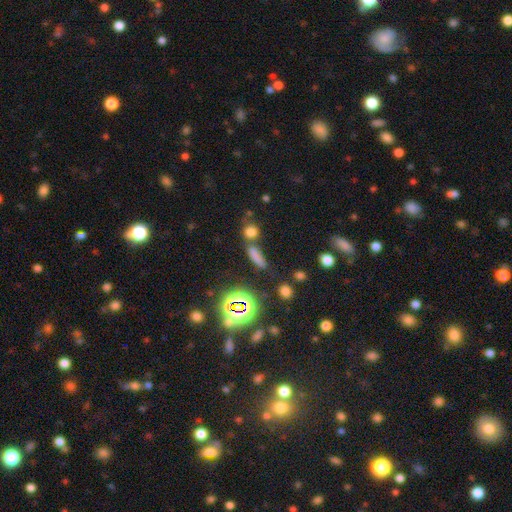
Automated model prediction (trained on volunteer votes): smooth 66%, star or artifact 25%, featured or disk 9%. Down the decision tree: how rounded — cigar-shaped (52%); merging — none (64%).